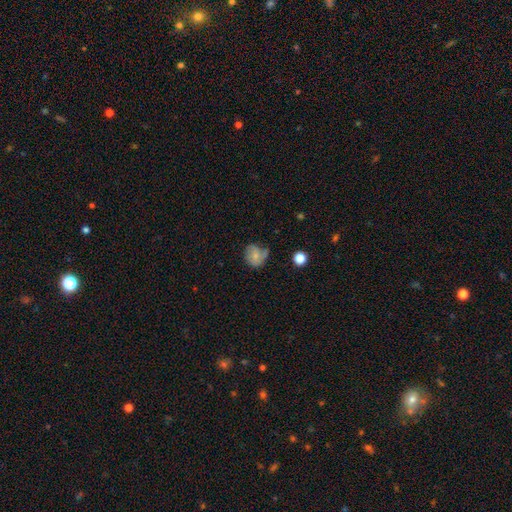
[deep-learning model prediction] Overall: smooth (61%; featured or disk 30%). How rounded: round (68%; in between 31%). Merging: none (45%; minor disturbance 33%).